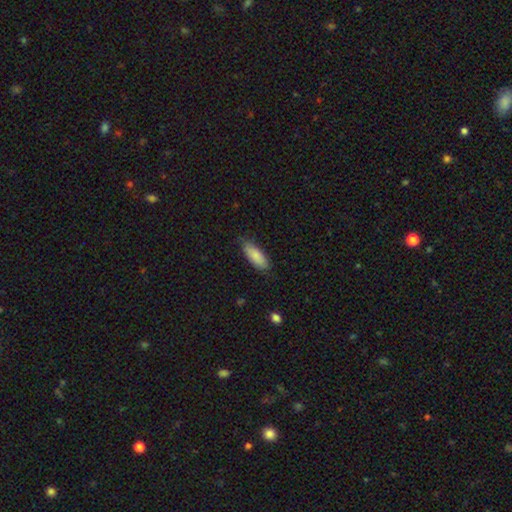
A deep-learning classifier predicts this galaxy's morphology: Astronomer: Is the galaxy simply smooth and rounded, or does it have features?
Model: smooth — 85%.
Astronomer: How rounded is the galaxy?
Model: in between — 74%.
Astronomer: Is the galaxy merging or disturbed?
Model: none — 74%.